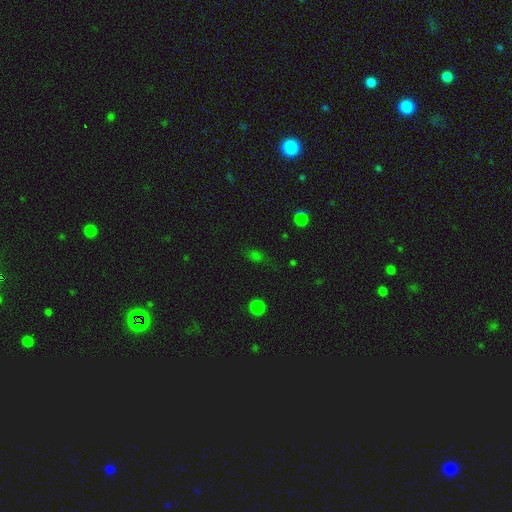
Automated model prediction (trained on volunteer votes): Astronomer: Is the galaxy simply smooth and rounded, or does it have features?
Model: smooth — 56% (runner-up: star or artifact, 35%).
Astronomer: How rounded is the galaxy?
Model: in between — 64%.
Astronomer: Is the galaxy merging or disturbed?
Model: none — 70%.